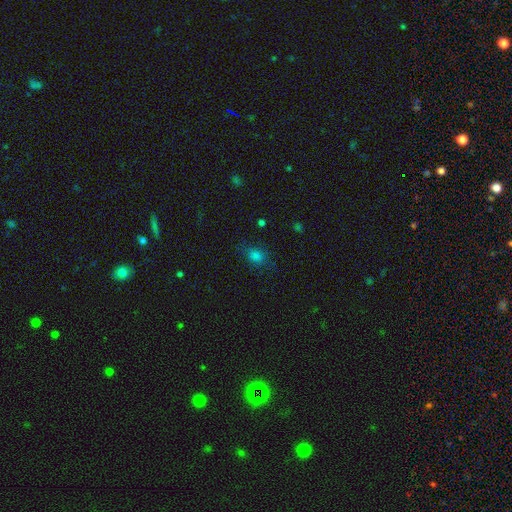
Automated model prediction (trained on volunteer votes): This appears to be a smooth galaxy with no disk features (78%) that is in between round and cigar-shaped (56%). Merging: none (74%).